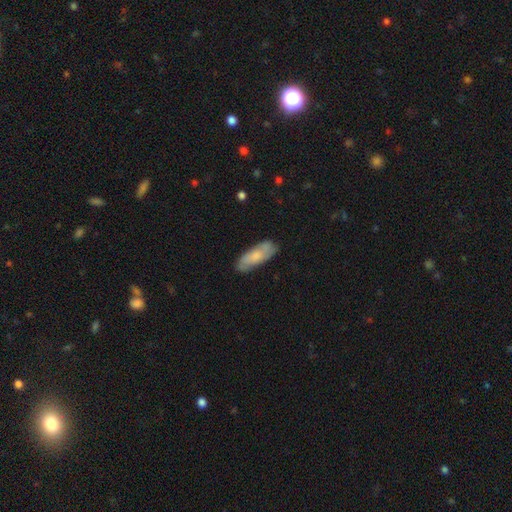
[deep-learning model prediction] Smooth or featured? Predicted: smooth (p=0.65). How rounded? Predicted: in between (p=0.66). Merging? Predicted: none (p=0.77).